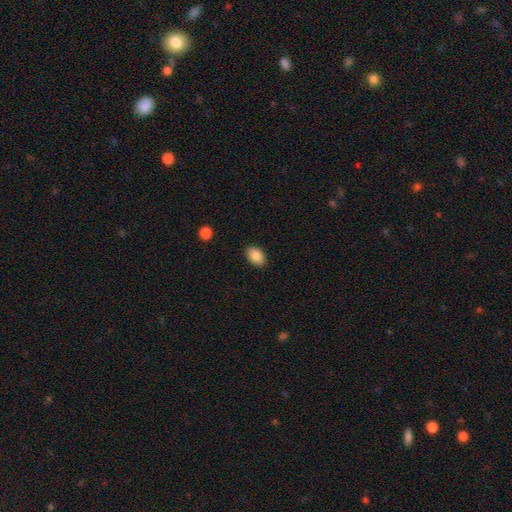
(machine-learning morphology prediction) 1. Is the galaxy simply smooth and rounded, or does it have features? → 87% smooth, 8% star or artifact, 6% featured or disk.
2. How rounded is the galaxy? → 86% in between, 13% round, 1% cigar-shaped.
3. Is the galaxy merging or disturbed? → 89% none, 8% minor disturbance, 2% major disturbance, 1% merger.